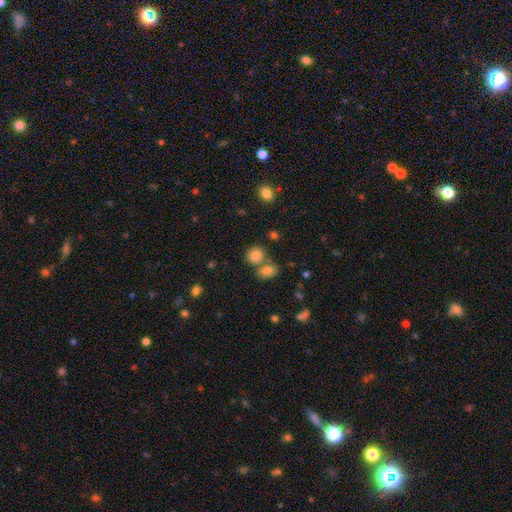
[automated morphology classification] Smooth or featured?
  - smooth: 82% *
  - star or artifact: 11%
  - featured or disk: 7%
How rounded?
  - round: 71% *
  - in between: 28%
  - cigar-shaped: 1%
Merging?
  - none: 56% *
  - merger: 30%
  - minor disturbance: 10%
  - major disturbance: 4%